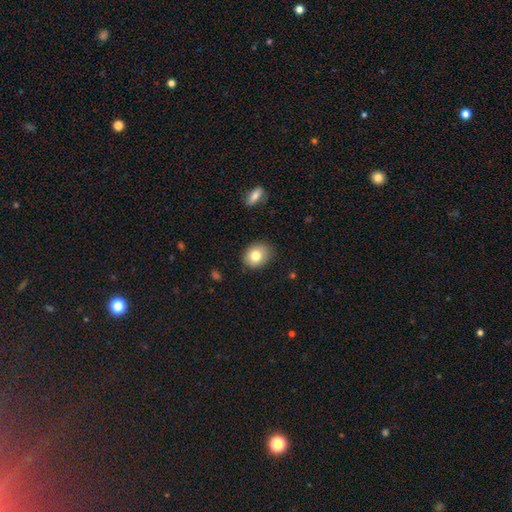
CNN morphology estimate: Q: Smooth or featured?
A: smooth (80%); runner-up: featured or disk (11%)
Q: How rounded?
A: round (51%); runner-up: in between (48%)
Q: Merging?
A: none (82%); runner-up: minor disturbance (14%)